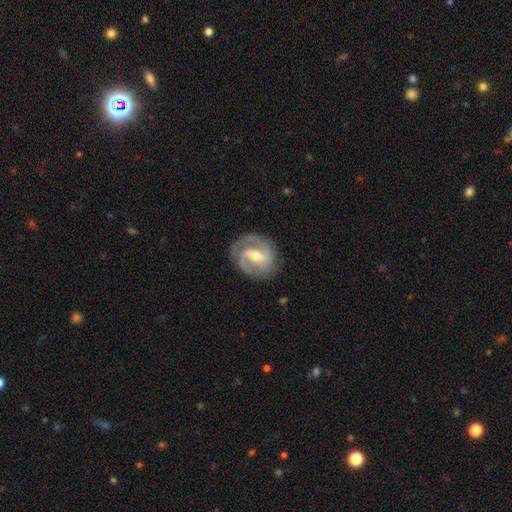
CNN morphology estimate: Smooth or featured? Predicted: featured or disk (p=0.87). Edge-on disk? Predicted: no (p=0.97). Bar? Predicted: weak (p=0.45). Spiral arms? Predicted: yes (p=0.95). Spiral winding? Predicted: medium (p=0.47). Spiral arm count? Predicted: 2 (p=0.82). Bulge size? Predicted: moderate (p=0.55). Merging? Predicted: none (p=0.81).